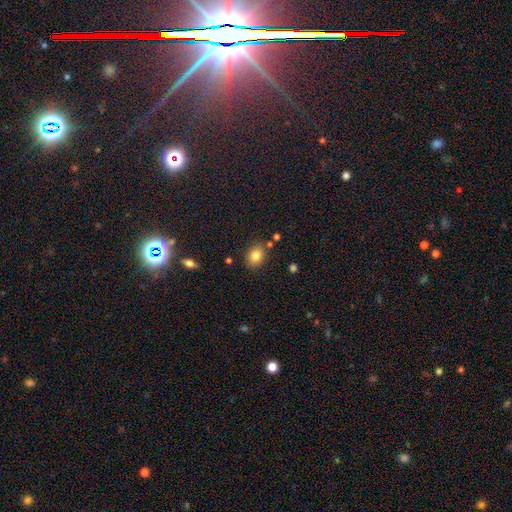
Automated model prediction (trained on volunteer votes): smooth-or-featured: smooth: 82% | star or artifact: 10% | featured or disk: 8%
  how-rounded: in between: 58% | round: 41% | cigar-shaped: 1%
  merging: none: 83% | minor disturbance: 11% | merger: 4% | major disturbance: 3%